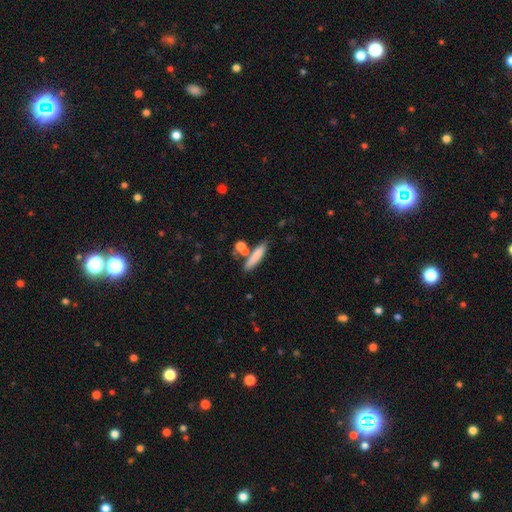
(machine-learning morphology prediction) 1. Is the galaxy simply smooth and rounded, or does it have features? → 78% smooth, 15% featured or disk, 7% star or artifact.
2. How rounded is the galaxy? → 80% cigar-shaped, 17% in between, 4% round.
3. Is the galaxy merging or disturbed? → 70% none, 14% merger, 13% minor disturbance, 4% major disturbance.